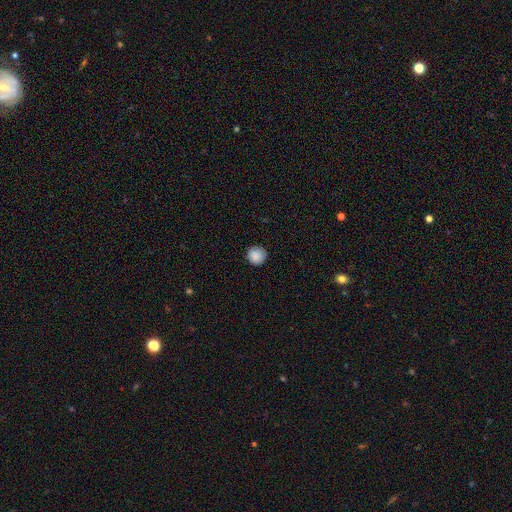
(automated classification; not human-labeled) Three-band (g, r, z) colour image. It shows a smooth galaxy with no disk features (88%) that is round (94%). Merging: none (89%).